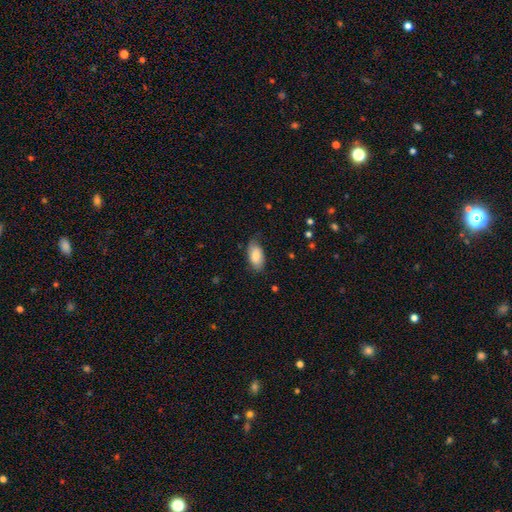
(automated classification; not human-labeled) Smooth or featured? smooth (80%)
How rounded? in between (93%)
Merging? none (72%)